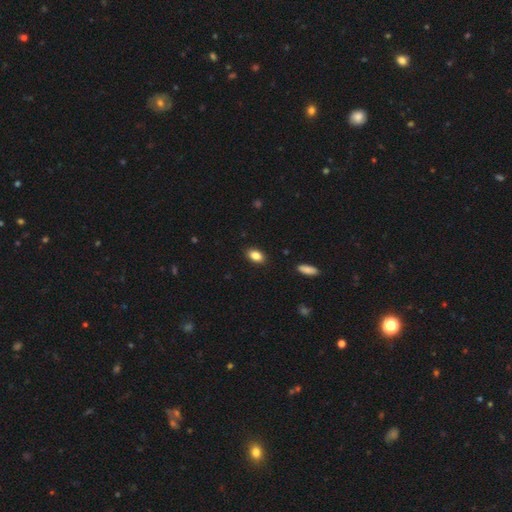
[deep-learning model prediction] This appears to be a smooth galaxy with no disk features (86%) that is in between round and cigar-shaped (86%). Merging: none (88%).